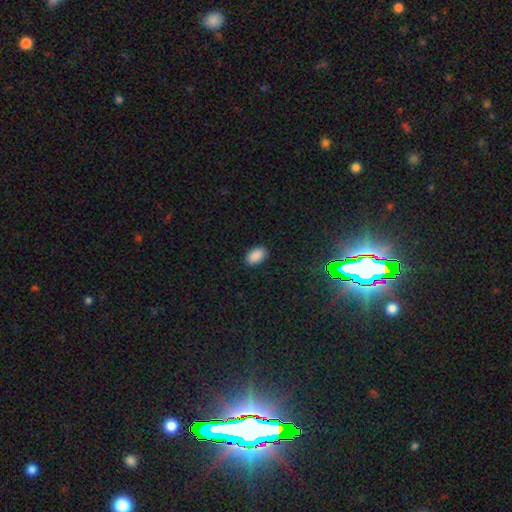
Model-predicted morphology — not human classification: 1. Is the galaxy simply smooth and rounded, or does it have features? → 88% smooth, 9% star or artifact, 3% featured or disk.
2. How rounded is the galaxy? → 93% in between, 6% round, 1% cigar-shaped.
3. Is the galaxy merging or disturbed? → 89% none, 8% minor disturbance, 2% major disturbance, 1% merger.